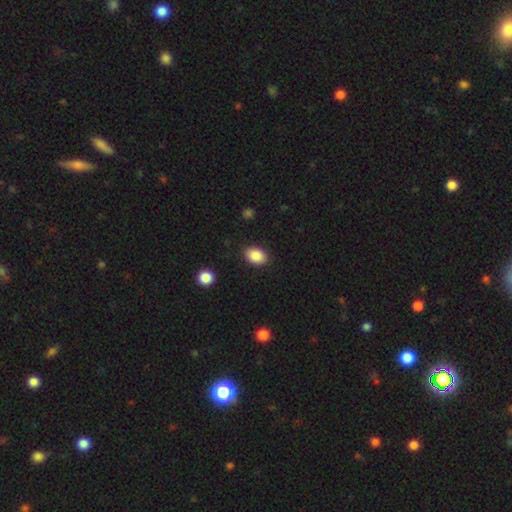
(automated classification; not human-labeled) This appears to be a smooth galaxy with no disk features (88%) that is in between round and cigar-shaped (76%). Merging: none (87%).